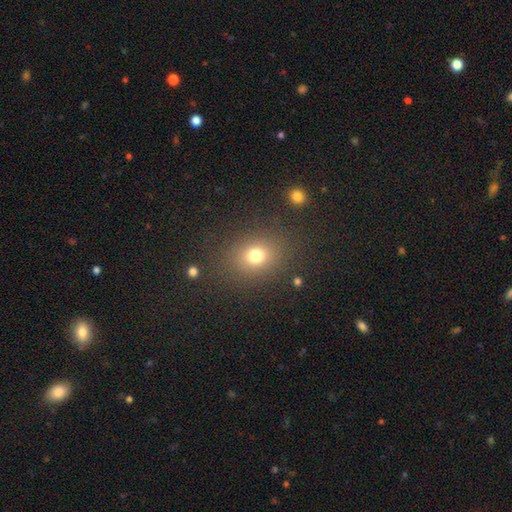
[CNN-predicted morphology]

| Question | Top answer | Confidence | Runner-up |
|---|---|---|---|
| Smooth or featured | smooth | 75% | star or artifact (17%) |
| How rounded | round | 61% | in between (38%) |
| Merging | none | 83% | minor disturbance (9%) |